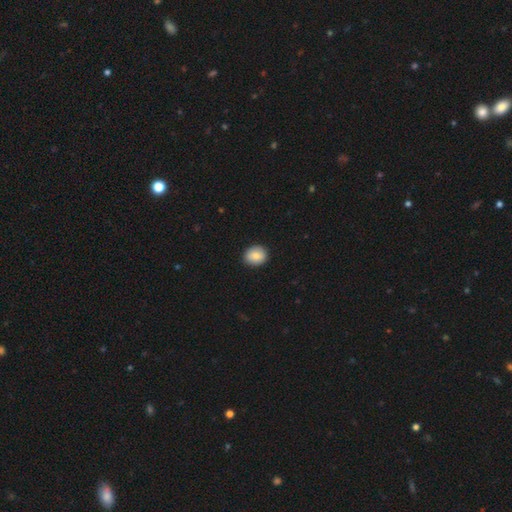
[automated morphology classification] A smooth galaxy with no disk features (83%) that is round (68%). Merging: none (89%).